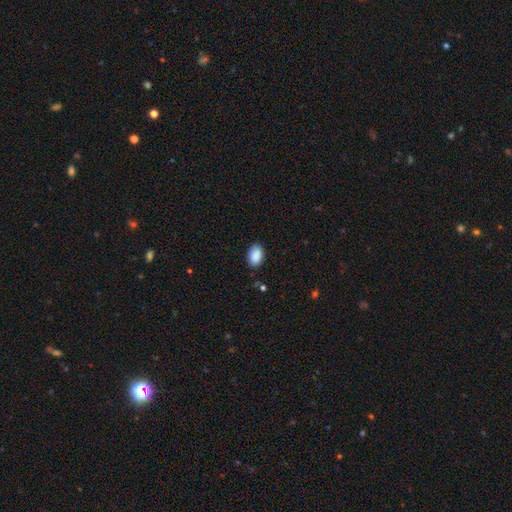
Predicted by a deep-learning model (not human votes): This is clearly a smooth galaxy (90%). How rounded: clearly in between (89%). Merging: clearly none (85%).